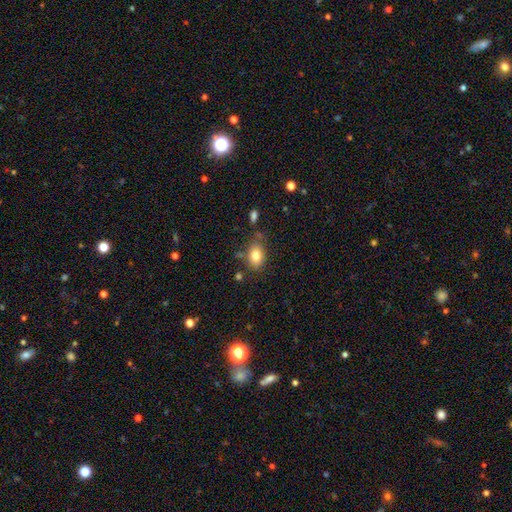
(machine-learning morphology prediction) This is clearly a smooth galaxy (80%). How rounded: clearly in between (81%). Merging: likely none (71%).